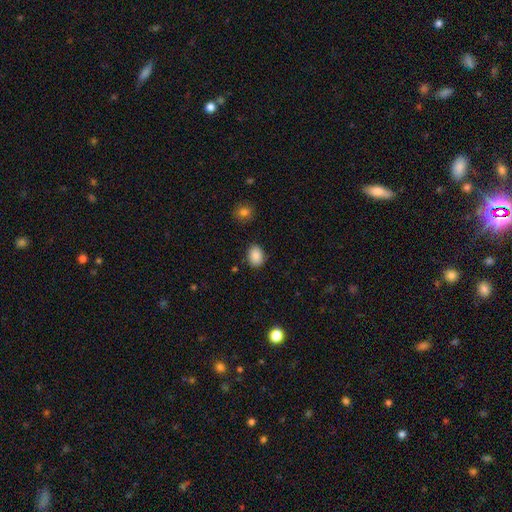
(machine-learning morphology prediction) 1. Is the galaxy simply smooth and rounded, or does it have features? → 88% smooth, 8% star or artifact, 4% featured or disk.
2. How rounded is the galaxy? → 67% in between, 32% round, 1% cigar-shaped.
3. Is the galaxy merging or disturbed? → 85% none, 10% minor disturbance, 3% major disturbance, 2% merger.